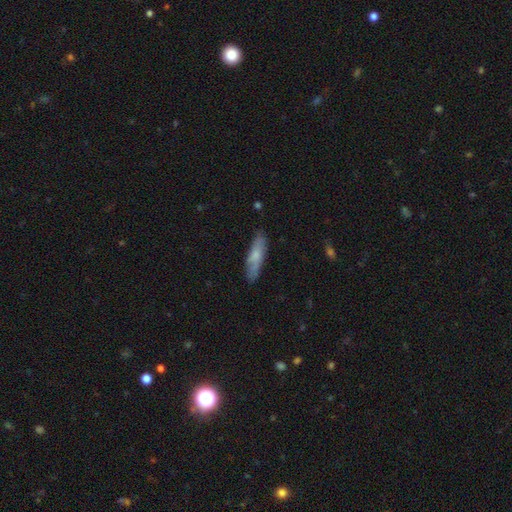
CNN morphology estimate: A smooth galaxy with no disk features (68%) that is cigar-shaped (72%).

Vote fractions:
- Smooth or featured? smooth: 68% / featured or disk: 26% / star or artifact: 6%
- How rounded? cigar-shaped: 72% / in between: 27% / round: 2%
- Merging? none: 82% / minor disturbance: 14% / major disturbance: 2% / merger: 1%